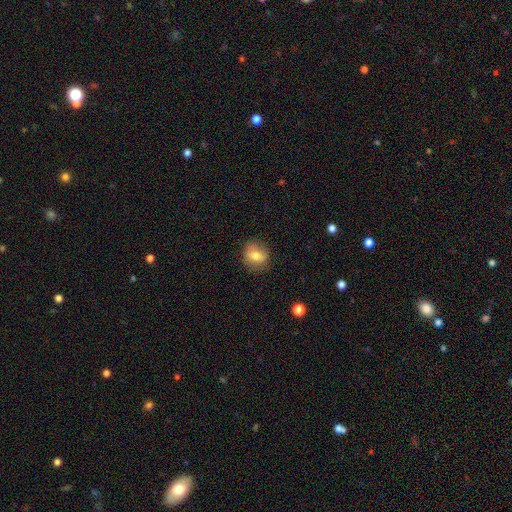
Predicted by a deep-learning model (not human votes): This appears to be a smooth galaxy with no disk features (70%) that is round (66%). Merging: none (78%).